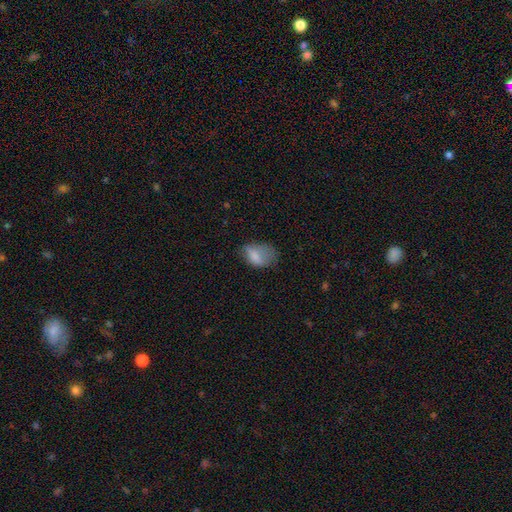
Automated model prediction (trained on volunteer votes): Smooth or featured? smooth (77%)
How rounded? in between (84%)
Merging? none (37%)